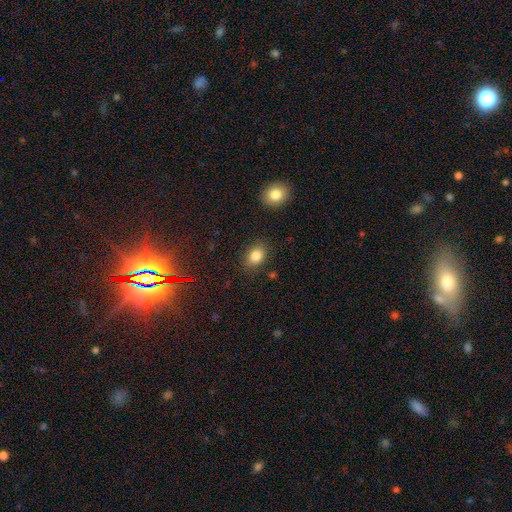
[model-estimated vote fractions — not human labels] Smooth or featured? smooth (83%)
How rounded? in between (68%)
Merging? none (84%)